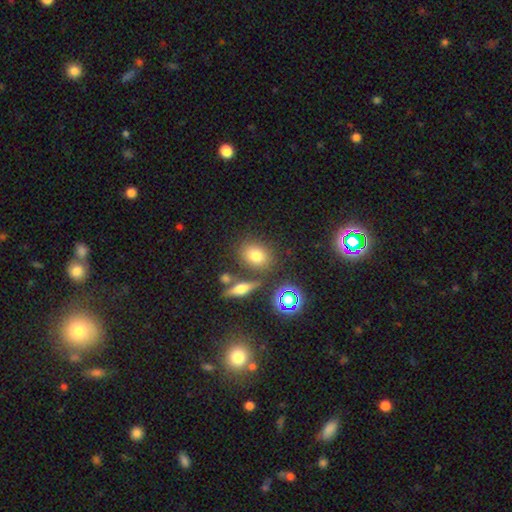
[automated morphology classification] A smooth galaxy with no disk features (70%) that is in between round and cigar-shaped (51%).

Vote fractions:
- Smooth or featured? smooth: 70% / star or artifact: 17% / featured or disk: 13%
- How rounded? in between: 51% / round: 46% / cigar-shaped: 3%
- Merging? none: 75% / minor disturbance: 10% / merger: 10% / major disturbance: 4%